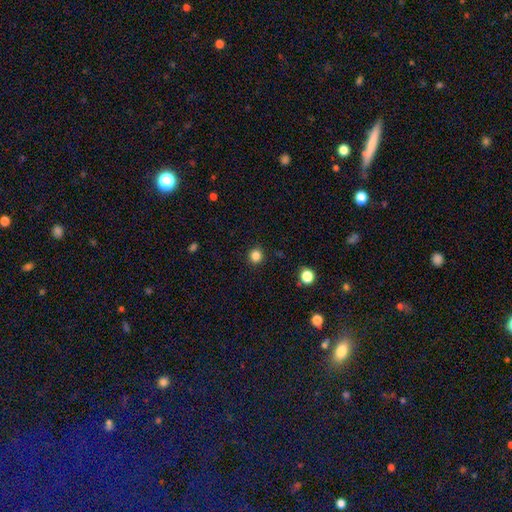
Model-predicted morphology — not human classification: Q: Smooth or featured?
A: smooth (85%); runner-up: star or artifact (12%)
Q: How rounded?
A: round (90%); runner-up: in between (9%)
Q: Merging?
A: none (91%); runner-up: minor disturbance (5%)